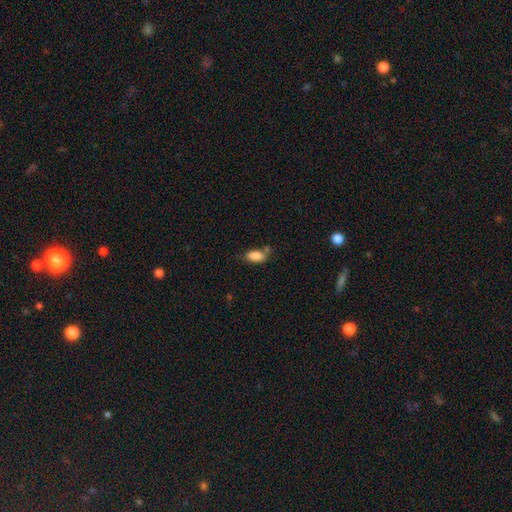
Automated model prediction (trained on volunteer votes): smooth 85%, star or artifact 8%, featured or disk 6%. Down the decision tree: how rounded — in between (90%); merging — none (56%).